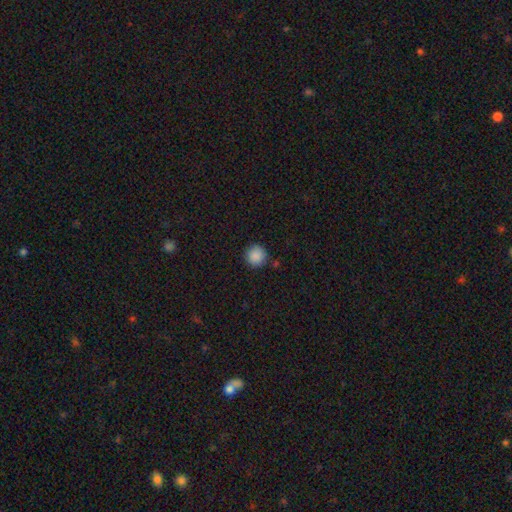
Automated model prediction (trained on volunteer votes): smooth-or-featured: smooth: 88% | star or artifact: 9% | featured or disk: 3%
  how-rounded: round: 95% | in between: 4% | cigar-shaped: 1%
  merging: none: 87% | minor disturbance: 8% | merger: 3% | major disturbance: 2%